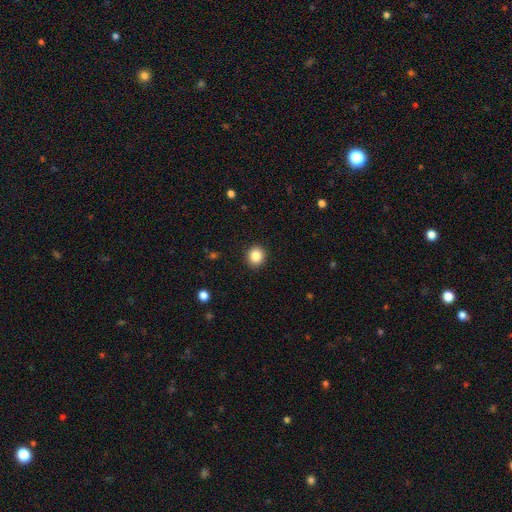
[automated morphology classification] type=smooth (86%); roundness=round (89%); merging=none (92%).